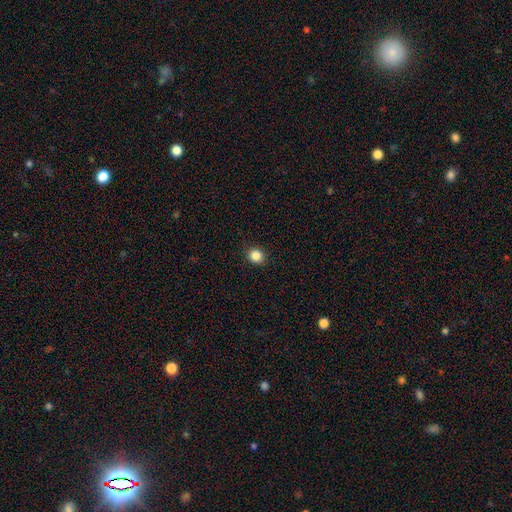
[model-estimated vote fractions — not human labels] Smooth or featured?
  - smooth: 85% *
  - star or artifact: 11%
  - featured or disk: 4%
How rounded?
  - round: 81% *
  - in between: 18%
  - cigar-shaped: 1%
Merging?
  - none: 91% *
  - minor disturbance: 7%
  - major disturbance: 2%
  - merger: 1%